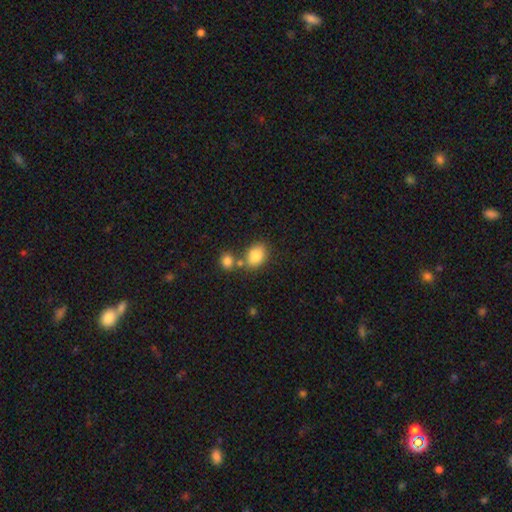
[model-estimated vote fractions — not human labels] Q: Smooth or featured?
A: smooth (84%); runner-up: star or artifact (8%)
Q: How rounded?
A: in between (70%); runner-up: round (29%)
Q: Merging?
A: none (59%); runner-up: merger (23%)